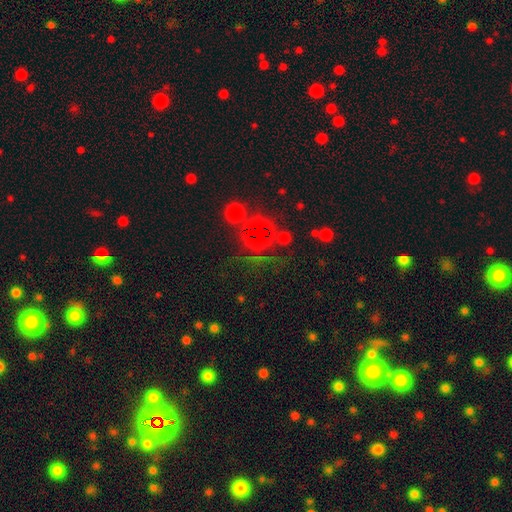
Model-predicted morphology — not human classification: A star or artifact, not a galaxy (63%).

Vote fractions:
- Smooth or featured? star or artifact: 63% / smooth: 22% / featured or disk: 14%